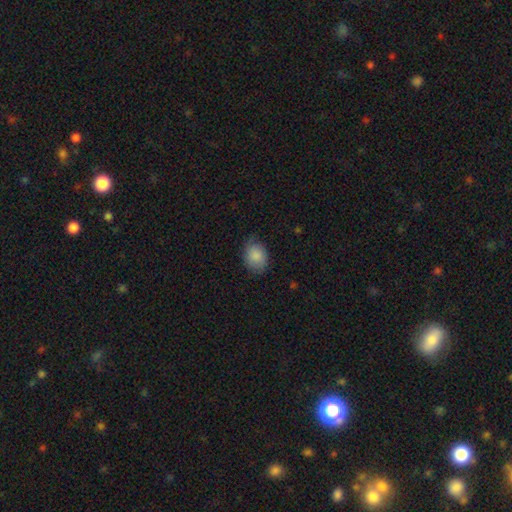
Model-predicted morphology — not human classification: smooth-or-featured: smooth: 88% | star or artifact: 7% | featured or disk: 5%
  how-rounded: in between: 65% | round: 34% | cigar-shaped: 1%
  merging: none: 75% | minor disturbance: 20% | major disturbance: 4% | merger: 1%